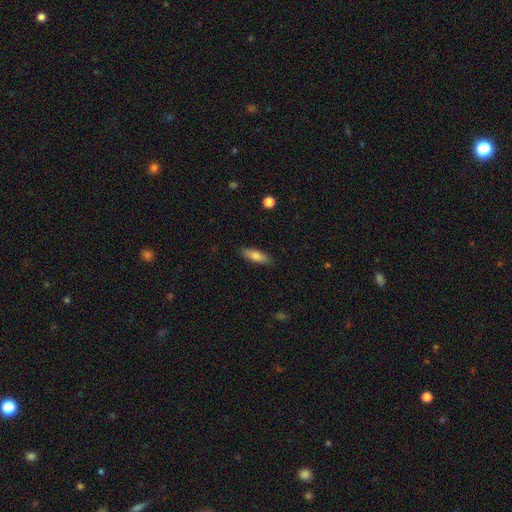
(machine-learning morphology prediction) This is likely a smooth galaxy (75%). How rounded: possibly in between (54%). Merging: clearly none (88%).